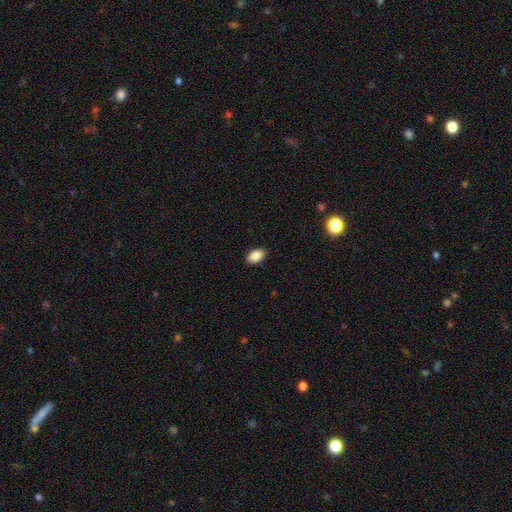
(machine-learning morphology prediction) Q: Smooth or featured?
A: smooth (89%); runner-up: star or artifact (8%)
Q: How rounded?
A: in between (90%); runner-up: round (8%)
Q: Merging?
A: none (88%); runner-up: minor disturbance (9%)